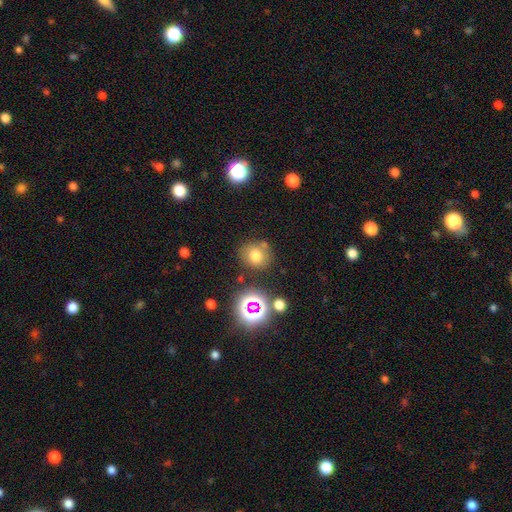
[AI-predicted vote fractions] A smooth galaxy with no disk features (72%) that is round (81%).

Vote fractions:
- Smooth or featured? smooth: 72% / star or artifact: 18% / featured or disk: 11%
- How rounded? round: 81% / in between: 18% / cigar-shaped: 1%
- Merging? none: 74% / minor disturbance: 13% / merger: 9% / major disturbance: 4%